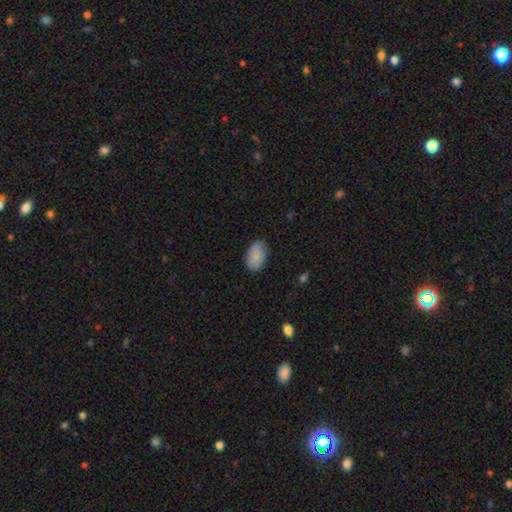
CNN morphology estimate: Overall: smooth (88%). How rounded: in between (92%). Merging: none (81%).